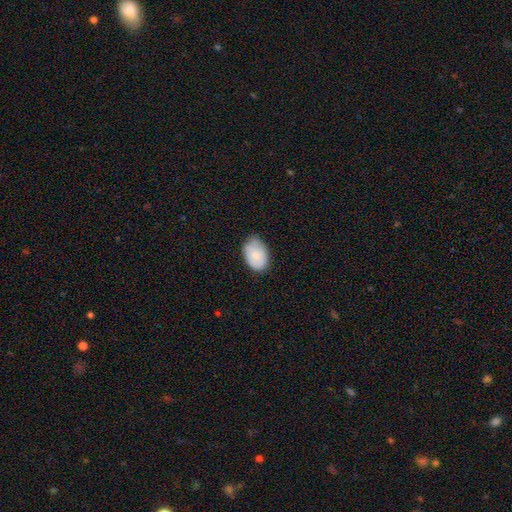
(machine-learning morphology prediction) The model was most divided on "merging": none: 62%, minor disturbance: 31%, major disturbance: 5%, merger: 1%. More confident: how rounded — in between (87%); smooth or featured — smooth (77%).